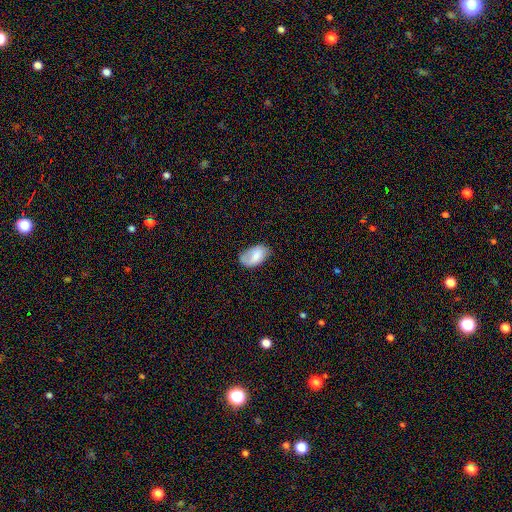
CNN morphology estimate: Smooth or featured: smooth — 70% (featured or disk — 23%)
How rounded: in between — 92% (round — 6%)
Merging: none — 57% (minor disturbance — 29%)